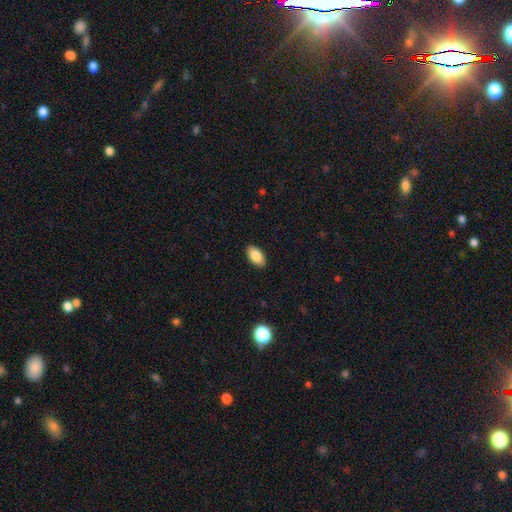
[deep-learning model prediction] A smooth galaxy with no disk features (87%) that is in between round and cigar-shaped (95%).

Vote fractions:
- Smooth or featured? smooth: 87% / star or artifact: 7% / featured or disk: 6%
- How rounded? in between: 95% / round: 3% / cigar-shaped: 2%
- Merging? none: 90% / minor disturbance: 7% / major disturbance: 2% / merger: 1%